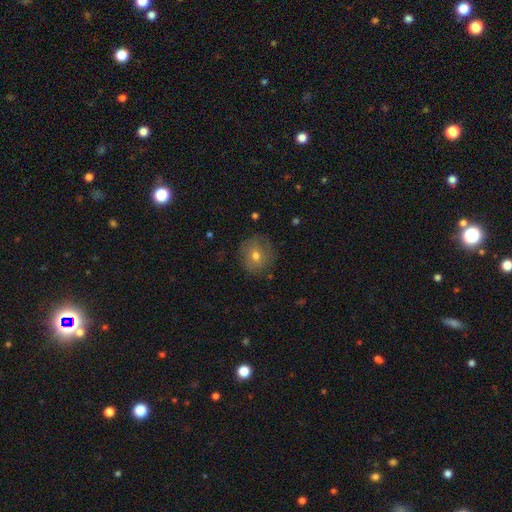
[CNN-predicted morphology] A smooth galaxy with no disk features (69%) that is round (89%). Merging: none (81%).